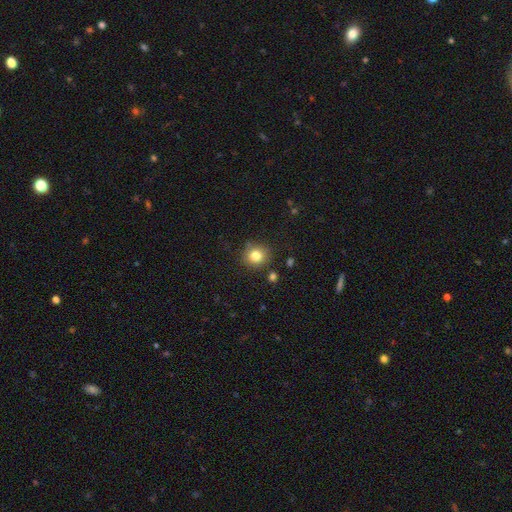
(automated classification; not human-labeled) A smooth galaxy with no disk features (81%) that is round (85%). Merging: none (84%).